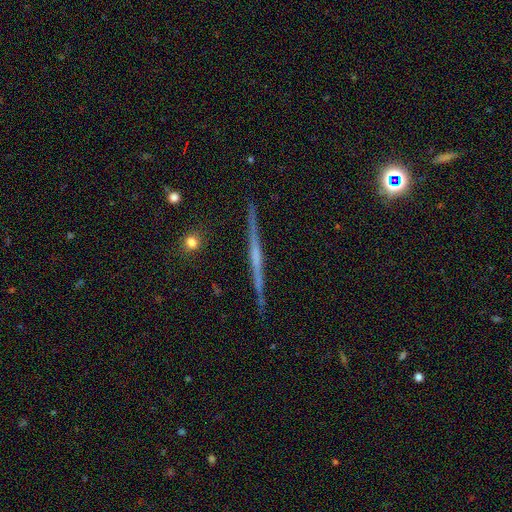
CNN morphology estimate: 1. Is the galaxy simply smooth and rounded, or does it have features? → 74% featured or disk, 18% smooth, 9% star or artifact.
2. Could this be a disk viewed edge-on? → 98% yes, 2% no.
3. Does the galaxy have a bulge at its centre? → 56% none, 33% rounded, 11% boxy.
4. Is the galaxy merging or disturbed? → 92% none, 6% minor disturbance, 1% major disturbance, 1% merger.